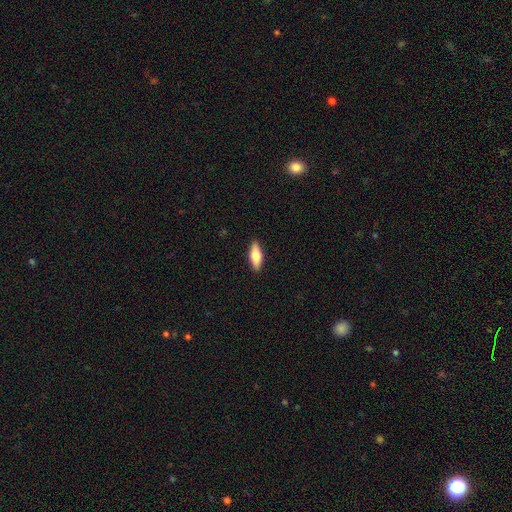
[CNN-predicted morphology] smooth 68%, featured or disk 26%, star or artifact 6%. Down the decision tree: how rounded — in between (67%); merging — none (89%).